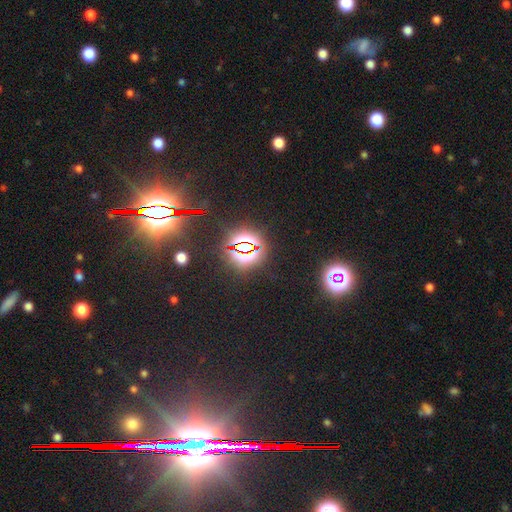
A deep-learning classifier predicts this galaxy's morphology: Smooth or featured? Predicted: star or artifact (p=0.82).